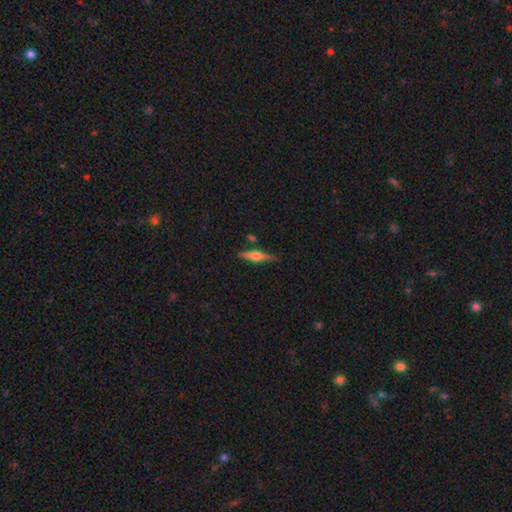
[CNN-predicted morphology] type=featured or disk (60%); edge-on=yes (96%); edge-on bulge=rounded (91%); merging=none (81%).